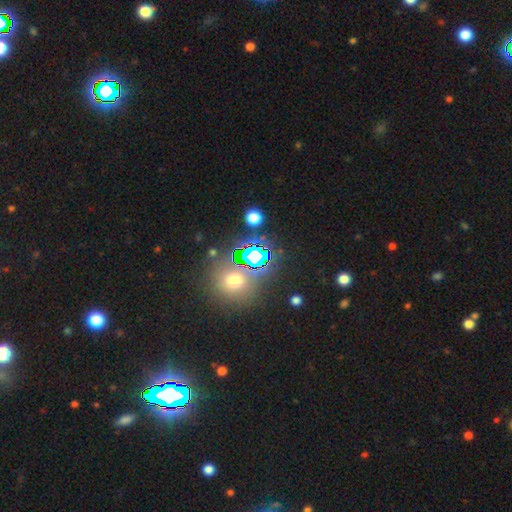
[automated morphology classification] Overall: star or artifact (69%).